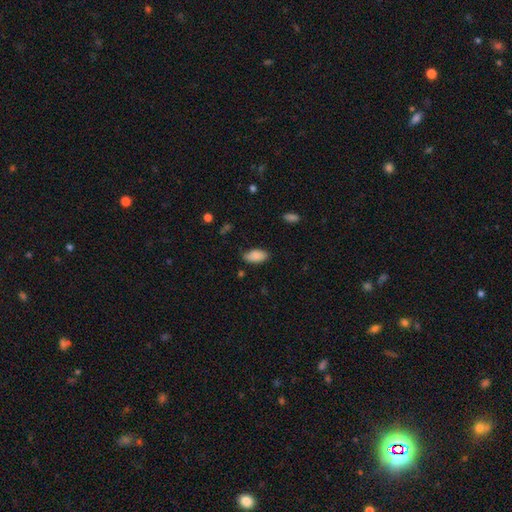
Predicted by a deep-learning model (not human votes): Smooth or featured? Predicted: smooth (p=0.86). How rounded? Predicted: in between (p=0.92). Merging? Predicted: none (p=0.79).